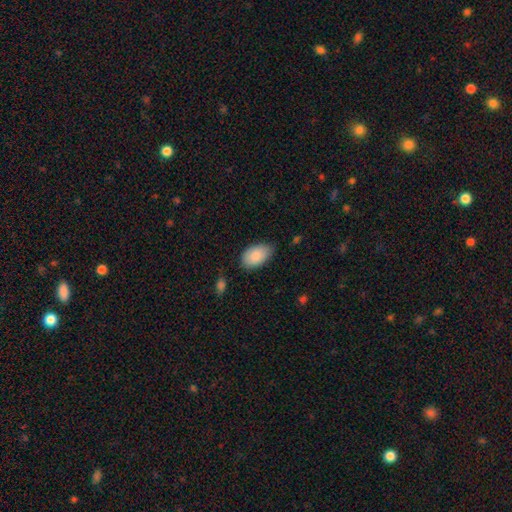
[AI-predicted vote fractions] Overall: smooth (87%). How rounded: in between (93%). Merging: none (72%).